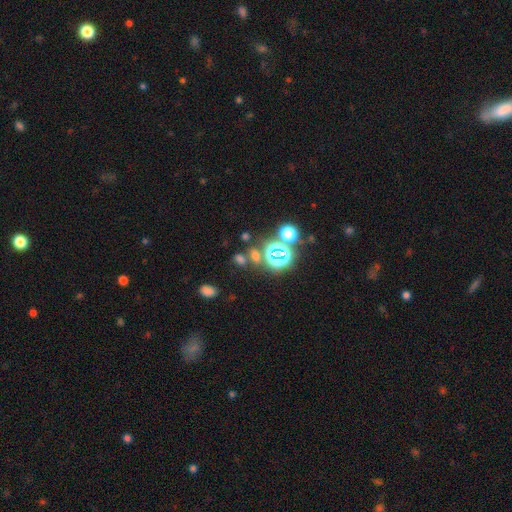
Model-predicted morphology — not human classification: A star or artifact, not a galaxy (47%).

Vote fractions:
- Smooth or featured? star or artifact: 47% / smooth: 44% / featured or disk: 9%